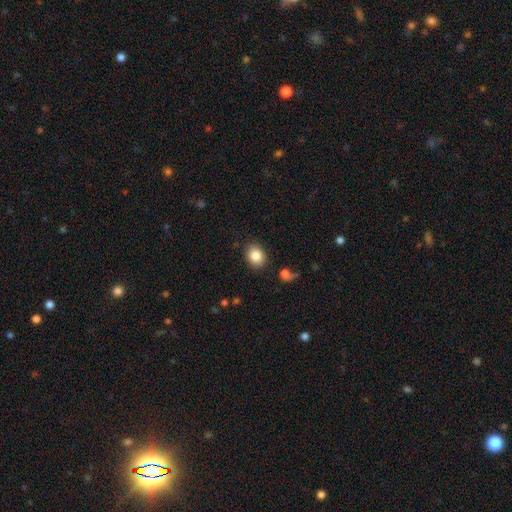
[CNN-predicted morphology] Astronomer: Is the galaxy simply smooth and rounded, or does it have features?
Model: smooth — 86%.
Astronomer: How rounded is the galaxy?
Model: round — 50% (runner-up: in between, 49%).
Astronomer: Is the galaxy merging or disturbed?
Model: none — 86%.